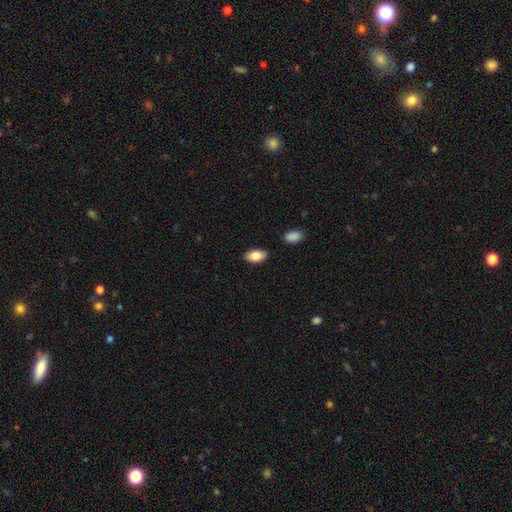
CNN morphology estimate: This appears to be a smooth galaxy with no disk features (83%) that is in between round and cigar-shaped (93%). Merging: none (86%).